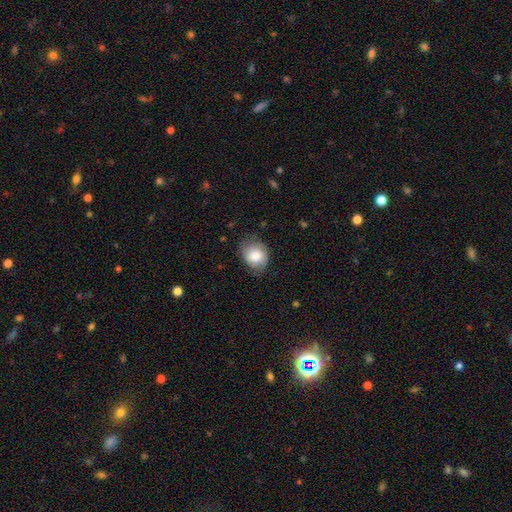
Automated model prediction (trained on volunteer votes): This is likely a smooth galaxy (77%). How rounded: possibly round (54%). Merging: likely none (65%).